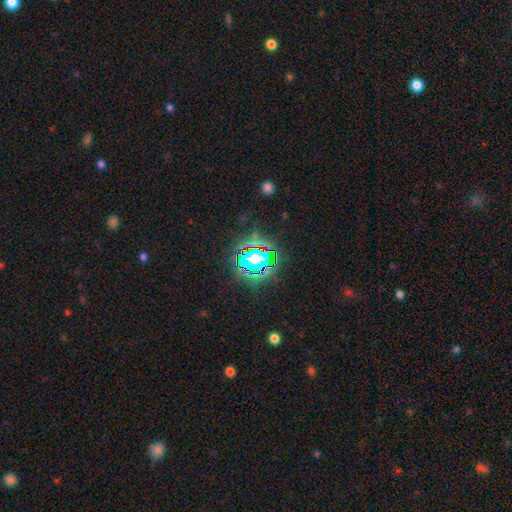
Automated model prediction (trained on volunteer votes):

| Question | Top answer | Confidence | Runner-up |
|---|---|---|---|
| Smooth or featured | star or artifact | 77% | smooth (14%) |